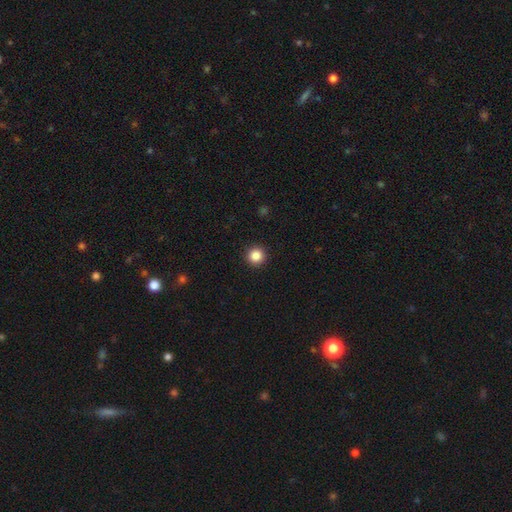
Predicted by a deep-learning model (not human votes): Q: Smooth or featured?
A: smooth (86%); runner-up: star or artifact (10%)
Q: How rounded?
A: round (96%); runner-up: in between (3%)
Q: Merging?
A: none (93%); runner-up: minor disturbance (4%)